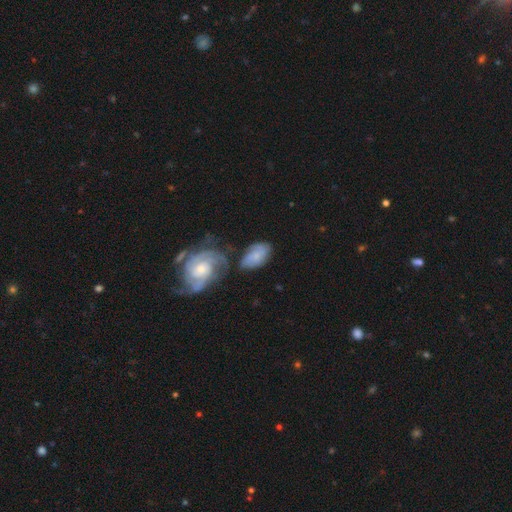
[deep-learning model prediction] This appears to be a featured or disk galaxy (48%). Merging: none (47%).